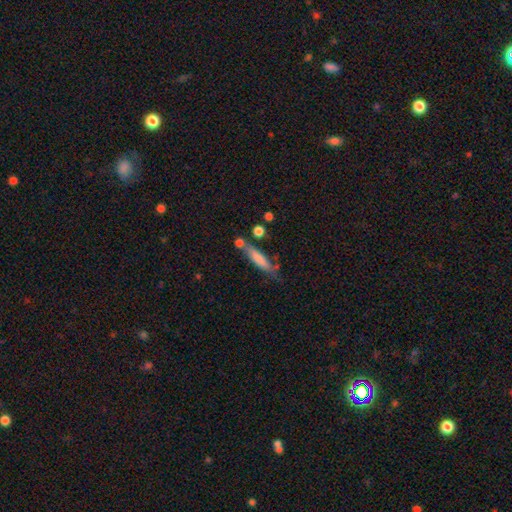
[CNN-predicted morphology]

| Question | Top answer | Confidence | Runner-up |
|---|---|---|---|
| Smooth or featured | smooth | 68% | featured or disk (24%) |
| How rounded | cigar-shaped | 82% | in between (16%) |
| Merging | none | 60% | minor disturbance (20%) |